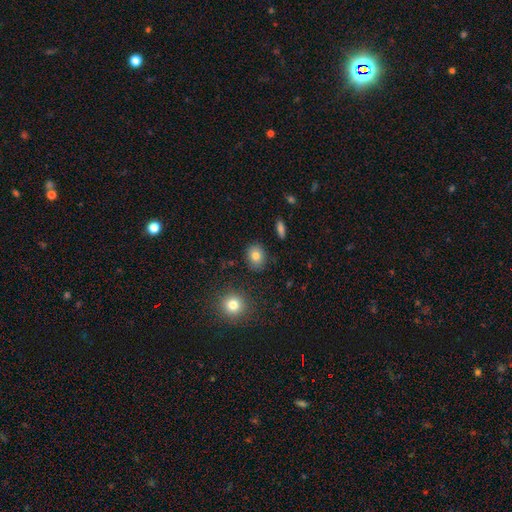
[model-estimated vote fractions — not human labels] This is clearly a smooth galaxy (80%). How rounded: possibly round (58%). Merging: clearly none (87%).